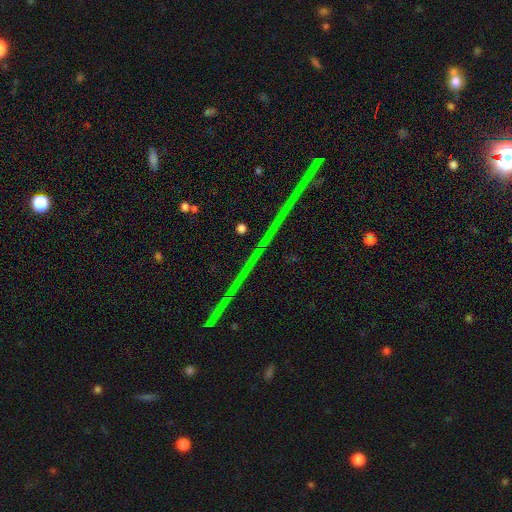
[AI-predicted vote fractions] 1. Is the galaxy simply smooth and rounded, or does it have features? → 82% star or artifact, 12% featured or disk, 6% smooth.